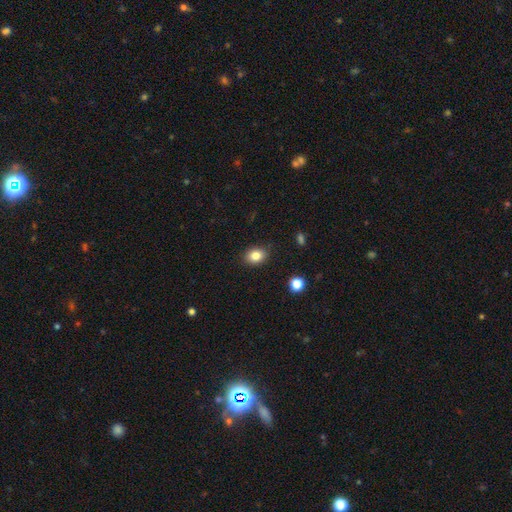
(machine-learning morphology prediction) A smooth galaxy with no disk features (83%) that is in between round and cigar-shaped (60%).

Vote fractions:
- Smooth or featured? smooth: 83% / star or artifact: 10% / featured or disk: 7%
- How rounded? in between: 60% / round: 39% / cigar-shaped: 1%
- Merging? none: 86% / minor disturbance: 10% / major disturbance: 2% / merger: 1%